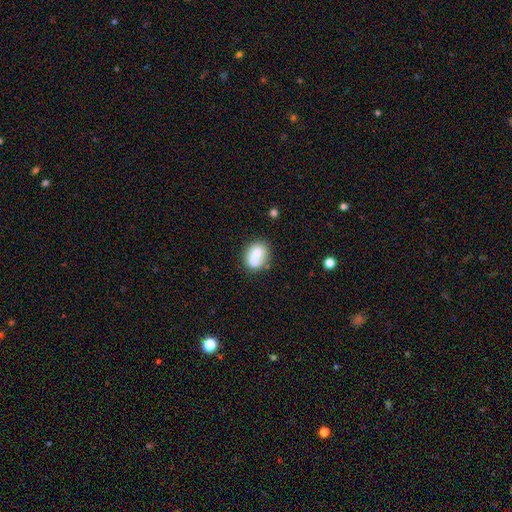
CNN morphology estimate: type=smooth (67%); roundness=round (51%); merging=none (39%, tied with merger).